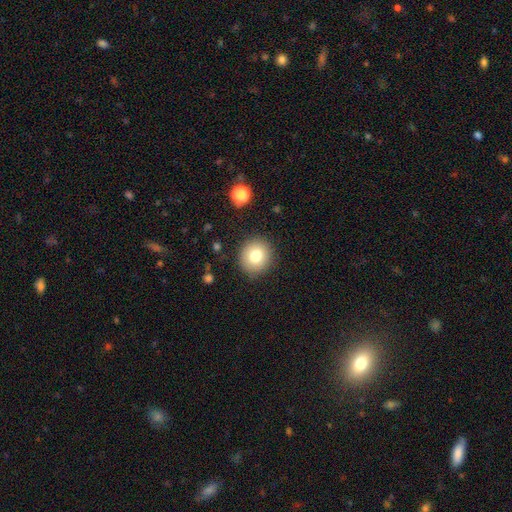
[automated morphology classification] Smooth or featured: smooth — 78% (featured or disk — 11%)
How rounded: round — 88% (in between — 11%)
Merging: none — 88% (minor disturbance — 8%)